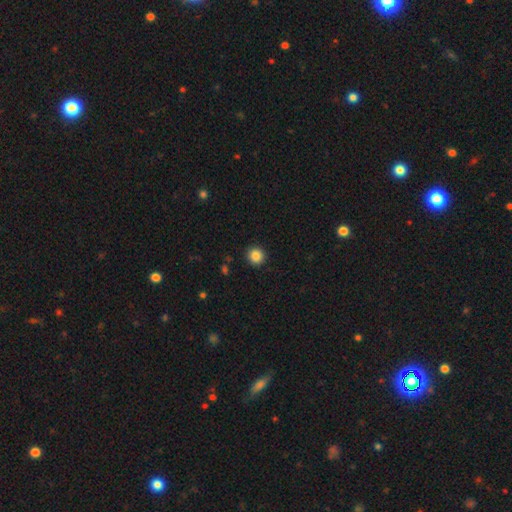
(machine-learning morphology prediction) A smooth galaxy with no disk features (86%) that is round (94%). Merging: none (92%).